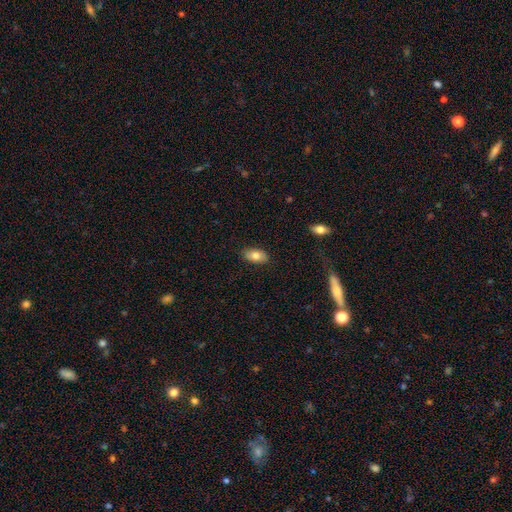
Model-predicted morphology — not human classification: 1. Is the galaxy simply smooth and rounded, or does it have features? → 80% smooth, 12% featured or disk, 7% star or artifact.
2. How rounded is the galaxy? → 92% in between, 4% round, 3% cigar-shaped.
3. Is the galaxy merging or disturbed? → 87% none, 10% minor disturbance, 2% major disturbance, 1% merger.